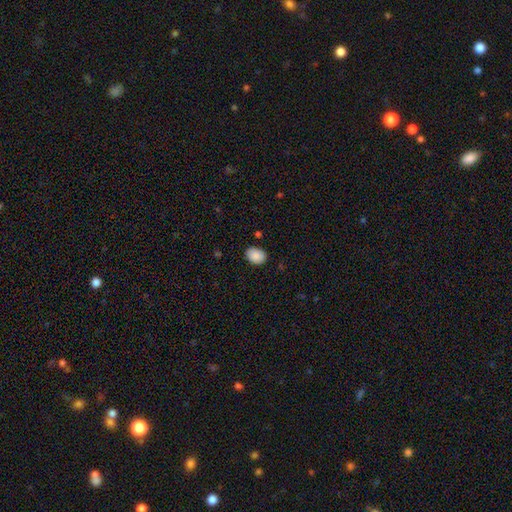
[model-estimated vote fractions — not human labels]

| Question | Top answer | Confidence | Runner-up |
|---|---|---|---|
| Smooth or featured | smooth | 89% | star or artifact (7%) |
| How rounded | in between | 64% | round (35%) |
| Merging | none | 84% | minor disturbance (12%) |